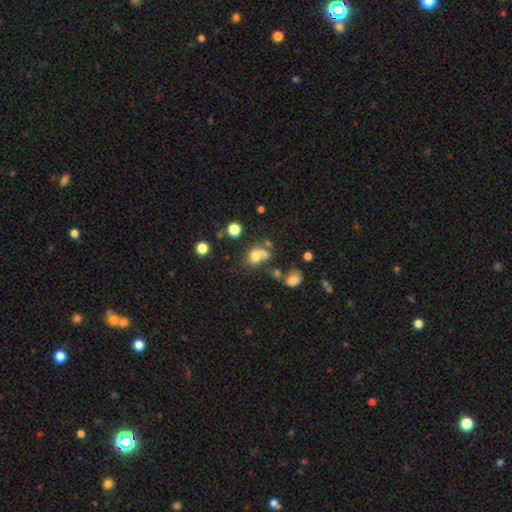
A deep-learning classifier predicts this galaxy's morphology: Smooth or featured? Predicted: smooth (p=0.72). How rounded? Predicted: round (p=0.64). Merging? Predicted: none (p=0.40).